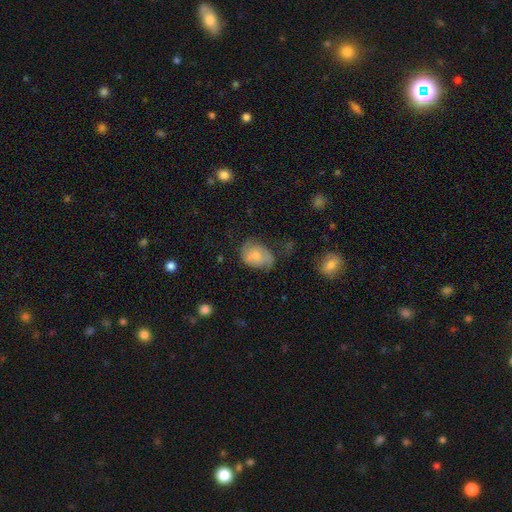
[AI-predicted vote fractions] This is possibly a smooth galaxy (59%). How rounded: likely in between (67%). Merging: marginally none (43%).